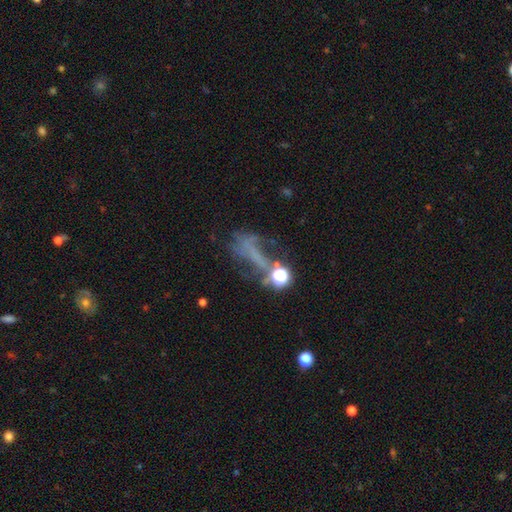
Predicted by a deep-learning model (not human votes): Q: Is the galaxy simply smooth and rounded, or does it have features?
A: star or artifact — 37%.